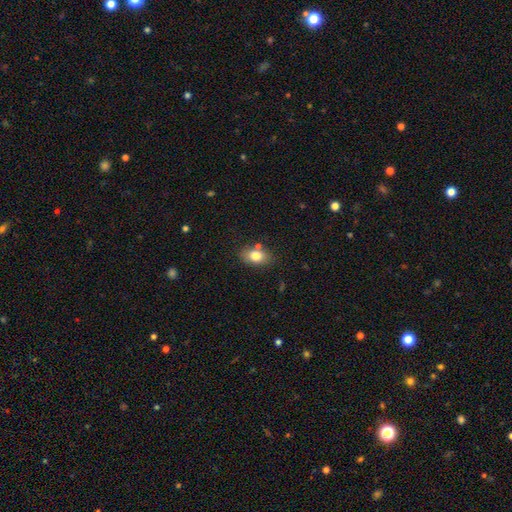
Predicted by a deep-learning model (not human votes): A smooth galaxy with no disk features (79%) that is in between round and cigar-shaped (82%).

Vote fractions:
- Smooth or featured? smooth: 79% / featured or disk: 12% / star or artifact: 9%
- How rounded? in between: 82% / round: 16% / cigar-shaped: 2%
- Merging? none: 73% / minor disturbance: 15% / merger: 9% / major disturbance: 4%